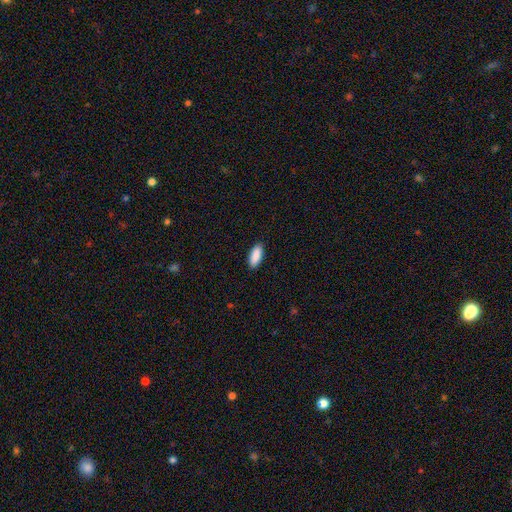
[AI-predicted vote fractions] This appears to be a smooth galaxy with no disk features (90%) that is in between round and cigar-shaped (80%). Merging: none (90%).